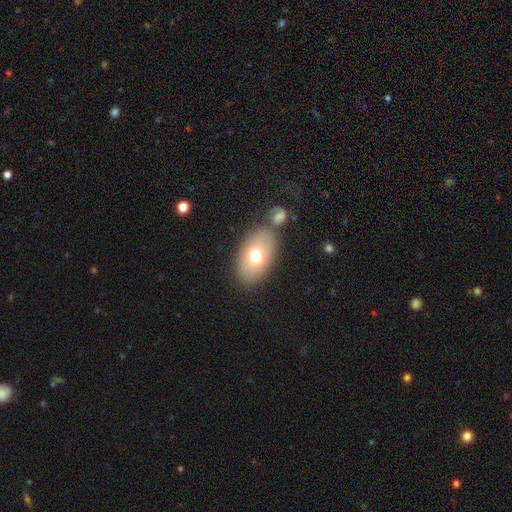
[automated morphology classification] Smooth or featured? Predicted: smooth (p=0.71). How rounded? Predicted: in between (p=0.89). Merging? Predicted: none (p=0.71).